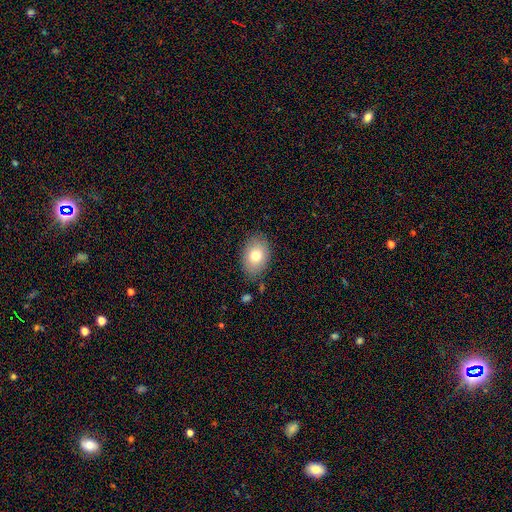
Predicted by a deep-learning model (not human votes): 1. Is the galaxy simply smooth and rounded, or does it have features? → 77% smooth, 15% featured or disk, 8% star or artifact.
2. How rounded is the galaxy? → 77% in between, 21% round, 1% cigar-shaped.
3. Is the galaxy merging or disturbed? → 83% none, 12% minor disturbance, 3% major disturbance, 2% merger.